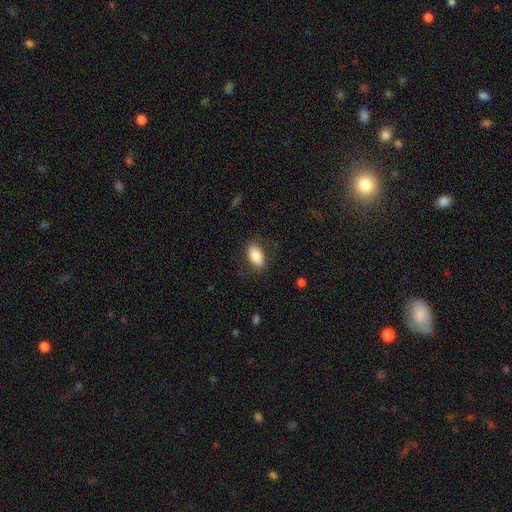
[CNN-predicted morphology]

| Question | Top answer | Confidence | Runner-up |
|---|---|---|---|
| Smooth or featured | smooth | 81% | featured or disk (12%) |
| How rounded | in between | 92% | round (5%) |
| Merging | none | 79% | minor disturbance (14%) |